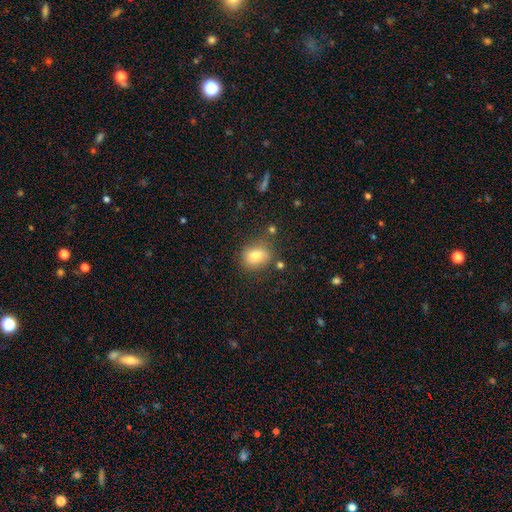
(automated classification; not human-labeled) Smooth or featured?
  - smooth: 78% *
  - featured or disk: 12%
  - star or artifact: 11%
How rounded?
  - in between: 52% *
  - round: 46%
  - cigar-shaped: 2%
Merging?
  - none: 74% *
  - minor disturbance: 16%
  - merger: 5%
  - major disturbance: 5%